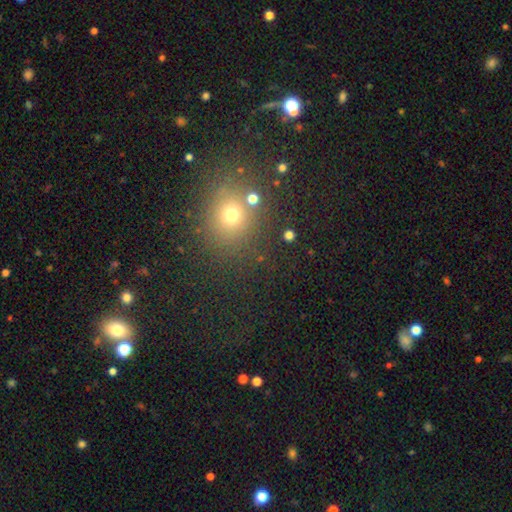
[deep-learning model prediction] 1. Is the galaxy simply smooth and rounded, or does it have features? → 50% smooth, 40% star or artifact, 9% featured or disk.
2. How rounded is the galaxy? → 75% round, 24% in between, 1% cigar-shaped.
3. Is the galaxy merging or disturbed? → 79% none, 10% minor disturbance, 6% merger, 5% major disturbance.